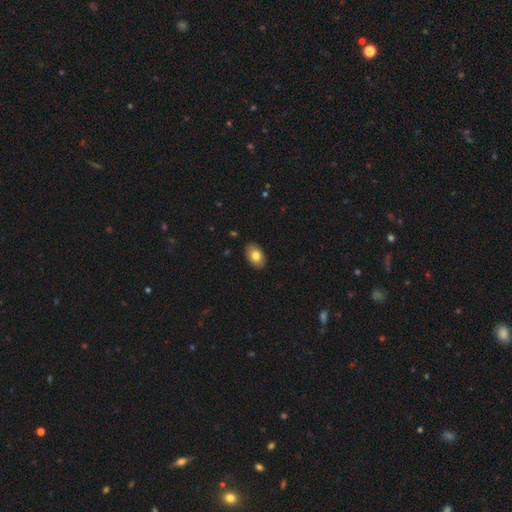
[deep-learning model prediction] The model was most divided on "smooth or featured": smooth: 79%, featured or disk: 14%, star or artifact: 7%. More confident: how rounded — in between (89%); merging — none (88%).